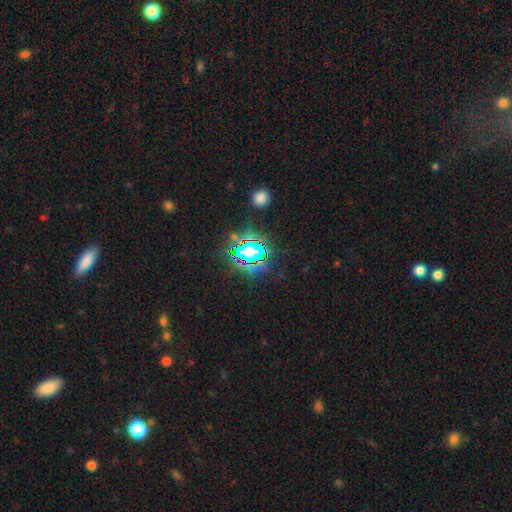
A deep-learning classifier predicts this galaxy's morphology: A star or artifact, not a galaxy (71%).

Vote fractions:
- Smooth or featured? star or artifact: 71% / smooth: 17% / featured or disk: 11%